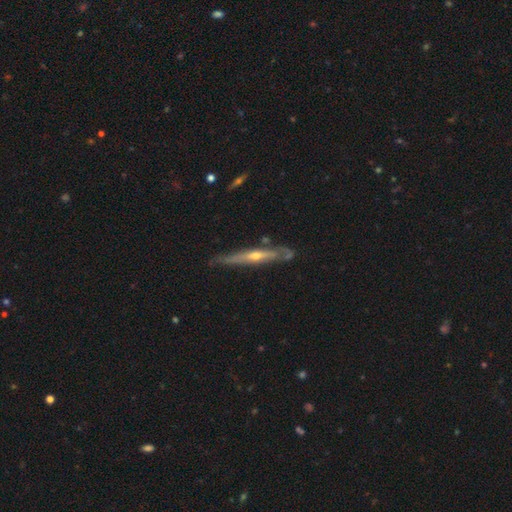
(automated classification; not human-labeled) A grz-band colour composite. It shows a featured or disk galaxy (76%) viewed edge-on (88%) with a rounded central bulge (75%). Merging: none (72%).